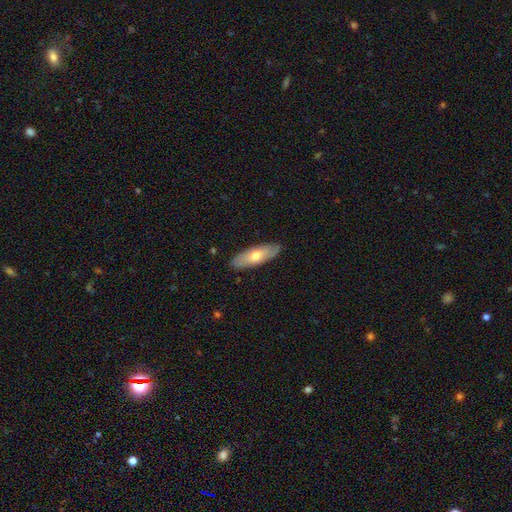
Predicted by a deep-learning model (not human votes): This appears to be a smooth galaxy with no disk features (59%) that is in between round and cigar-shaped (61%). Merging: none (88%).